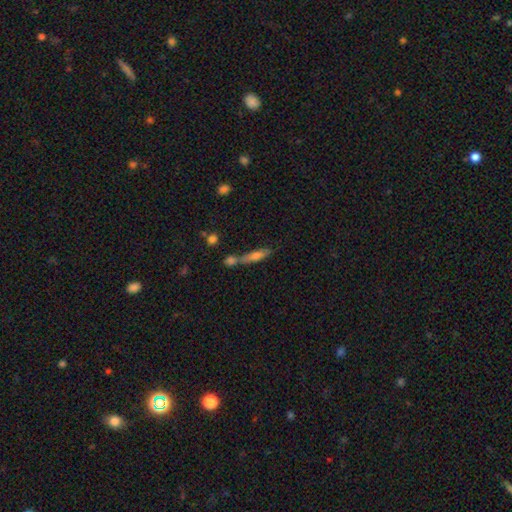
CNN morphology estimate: smooth-or-featured: smooth: 62% | featured or disk: 28% | star or artifact: 10%
  how-rounded: cigar-shaped: 74% | in between: 23% | round: 3%
  merging: none: 44% | merger: 37% | minor disturbance: 13% | major disturbance: 6%